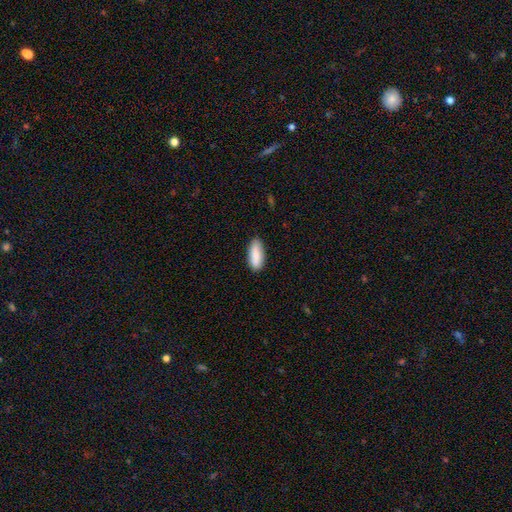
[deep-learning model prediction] Smooth or featured?
  - smooth: 86% *
  - featured or disk: 8%
  - star or artifact: 6%
How rounded?
  - in between: 76% *
  - cigar-shaped: 22%
  - round: 2%
Merging?
  - none: 85% *
  - minor disturbance: 12%
  - major disturbance: 2%
  - merger: 1%